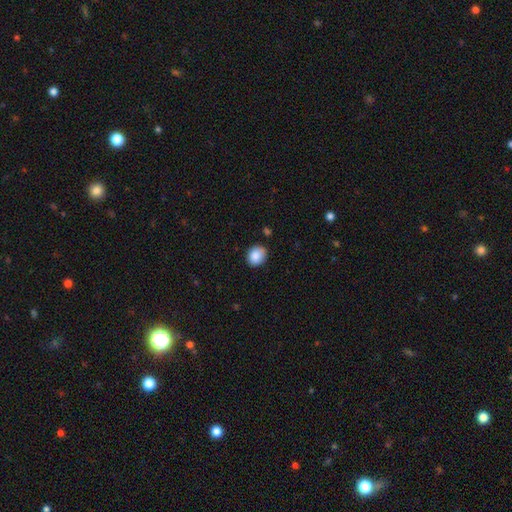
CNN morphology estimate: smooth-or-featured: smooth: 88% | star or artifact: 8% | featured or disk: 4%
  how-rounded: round: 56% | in between: 43% | cigar-shaped: 1%
  merging: none: 83% | minor disturbance: 13% | major disturbance: 2% | merger: 2%